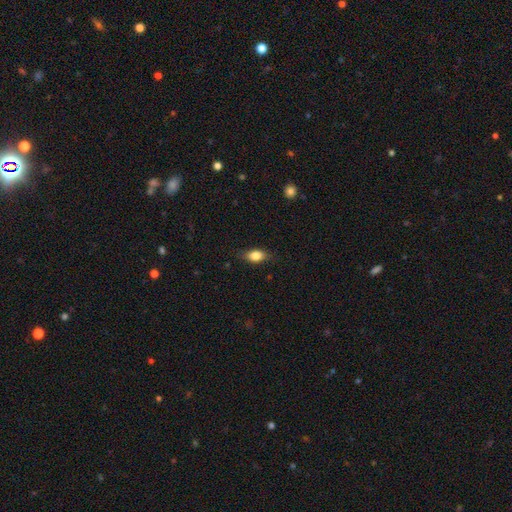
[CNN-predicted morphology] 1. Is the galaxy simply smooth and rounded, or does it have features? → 80% smooth, 12% featured or disk, 8% star or artifact.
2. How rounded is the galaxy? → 81% in between, 11% round, 8% cigar-shaped.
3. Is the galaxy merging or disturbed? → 79% none, 16% minor disturbance, 4% major disturbance, 1% merger.